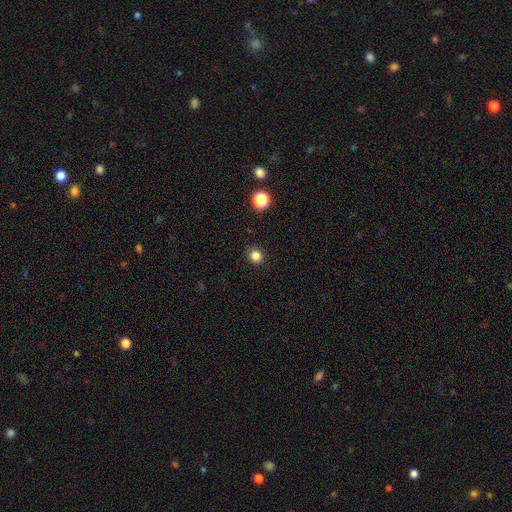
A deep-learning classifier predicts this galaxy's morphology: smooth-or-featured: smooth: 83% | star or artifact: 13% | featured or disk: 4%
  how-rounded: round: 85% | in between: 14% | cigar-shaped: 1%
  merging: none: 91% | minor disturbance: 6% | major disturbance: 2% | merger: 1%